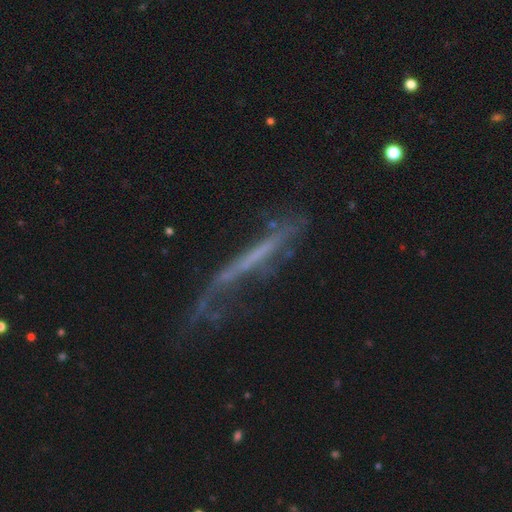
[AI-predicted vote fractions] Overall: featured or disk (60%; smooth 28%). Edge-on disk: yes (70%). Merging: none (39%; major disturbance 30%).